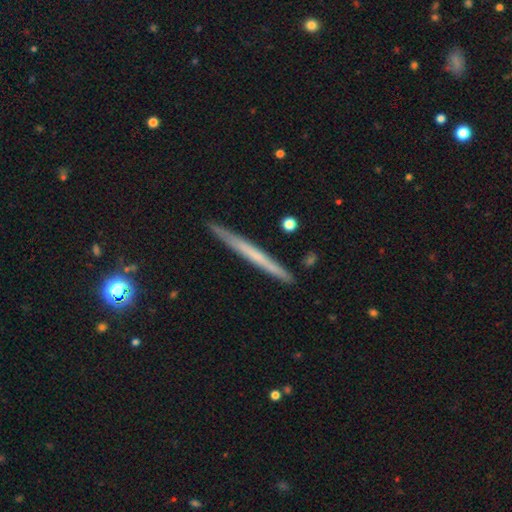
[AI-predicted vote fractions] A featured or disk galaxy (50%).

Vote fractions:
- Smooth or featured? featured or disk: 50% / smooth: 44% / star or artifact: 6%
- Merging? none: 90% / minor disturbance: 7% / merger: 1% / major disturbance: 1%